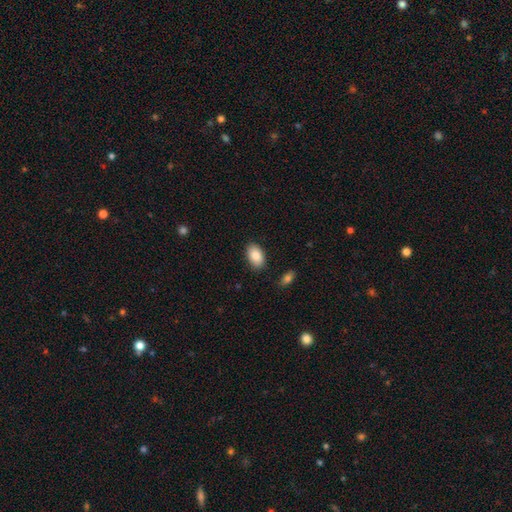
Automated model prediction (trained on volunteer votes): smooth 88%, star or artifact 6%, featured or disk 6%. Down the decision tree: how rounded — in between (93%); merging — none (86%).